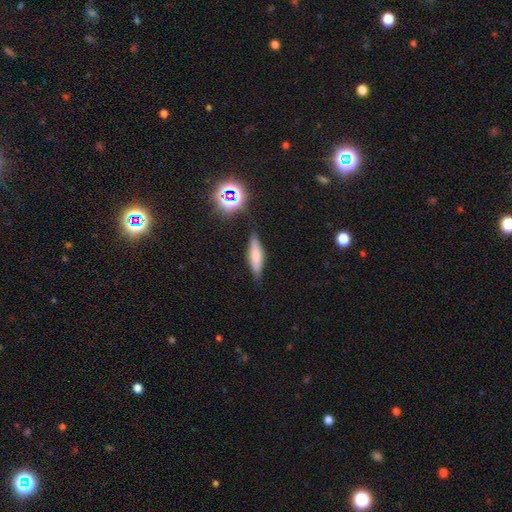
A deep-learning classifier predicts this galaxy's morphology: smooth 67%, featured or disk 23%, star or artifact 10%. Down the decision tree: how rounded — cigar-shaped (66%); merging — none (80%).